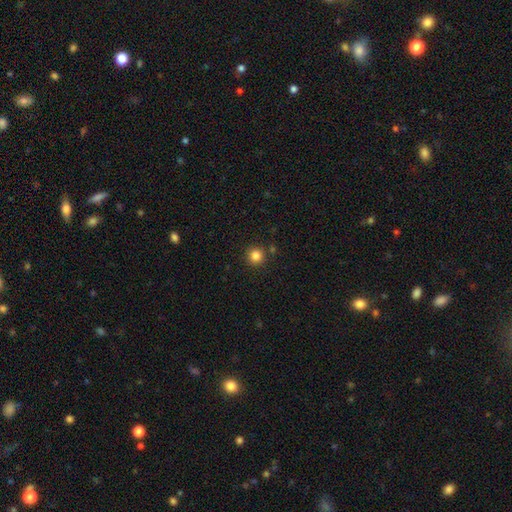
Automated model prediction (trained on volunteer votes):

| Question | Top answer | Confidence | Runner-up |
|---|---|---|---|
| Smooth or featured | smooth | 84% | star or artifact (12%) |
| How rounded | round | 95% | in between (4%) |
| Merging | none | 88% | minor disturbance (6%) |